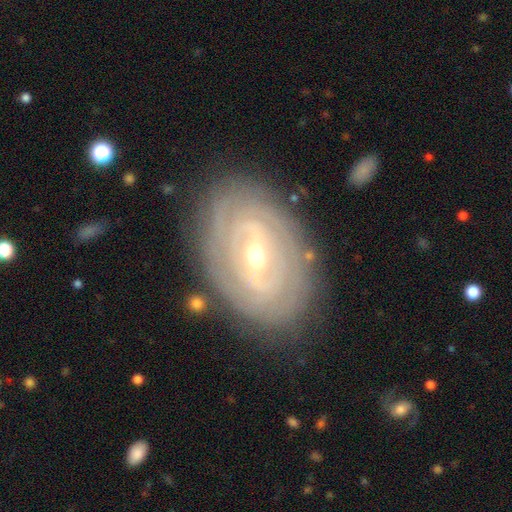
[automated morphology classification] smooth_or_featured: featured or disk (p=0.84) [alt: smooth p=0.11]
disk_edge_on: no (p=0.94) [alt: yes p=0.06]
bar: weak (p=0.43) [alt: strong p=0.37]
has_spiral_arms: yes (p=0.81) [alt: no p=0.19]
spiral_winding: tight (p=0.78) [alt: medium p=0.17]
spiral_arm_count: can't tell (p=0.45) [alt: 2 p=0.30]
bulge_size: small (p=0.50) [alt: moderate p=0.47]
merging: none (p=0.83) [alt: minor disturbance p=0.12]